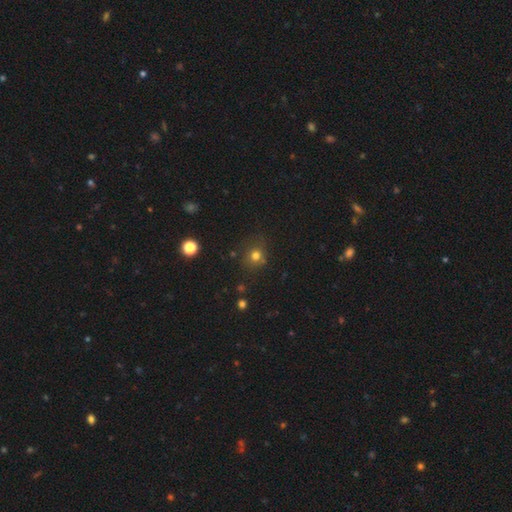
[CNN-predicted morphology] Smooth or featured? Predicted: smooth (p=0.74). How rounded? Predicted: round (p=0.84). Merging? Predicted: none (p=0.75).